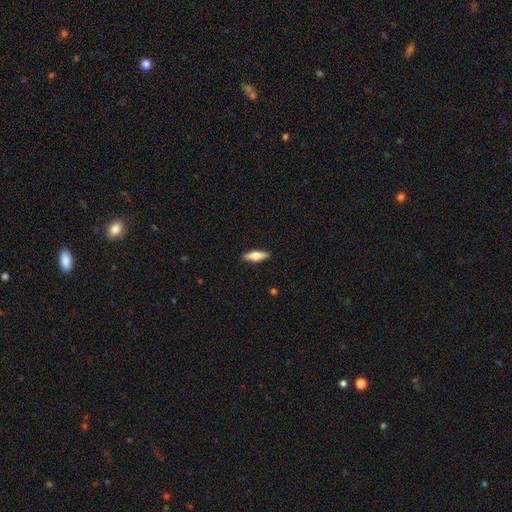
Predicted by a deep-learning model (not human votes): Smooth or featured?
  - smooth: 62% *
  - featured or disk: 32%
  - star or artifact: 6%
How rounded?
  - in between: 58% *
  - cigar-shaped: 40%
  - round: 2%
Merging?
  - none: 90% *
  - minor disturbance: 8%
  - major disturbance: 2%
  - merger: 1%